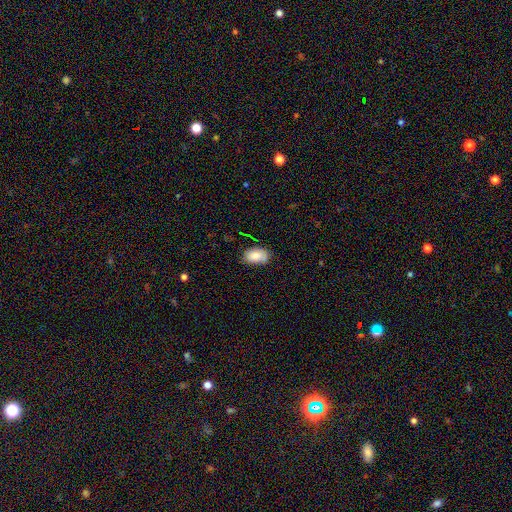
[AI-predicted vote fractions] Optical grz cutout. It shows a smooth galaxy with no disk features (81%) that is in between round and cigar-shaped (90%). Merging: none (70%).